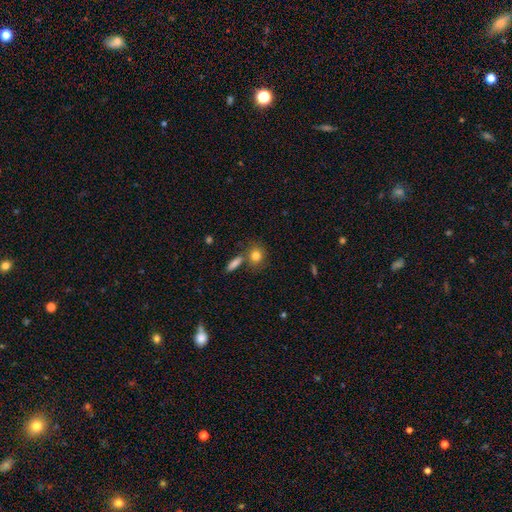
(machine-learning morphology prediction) Overall: smooth (82%). How rounded: round (70%). Merging: none (68%).